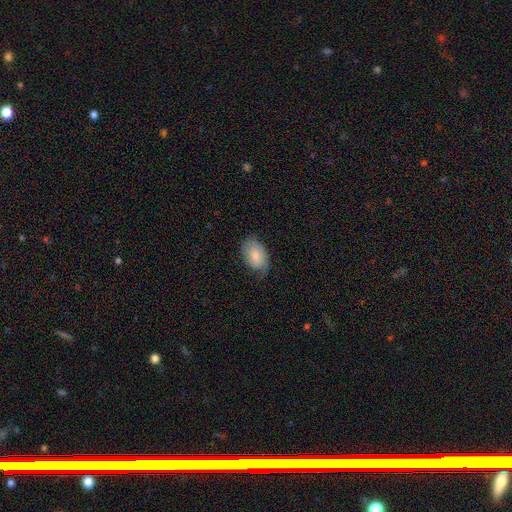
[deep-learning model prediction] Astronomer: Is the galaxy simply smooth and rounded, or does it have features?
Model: smooth — 73%.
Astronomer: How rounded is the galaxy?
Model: in between — 90%.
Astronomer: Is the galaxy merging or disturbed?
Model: none — 61%.